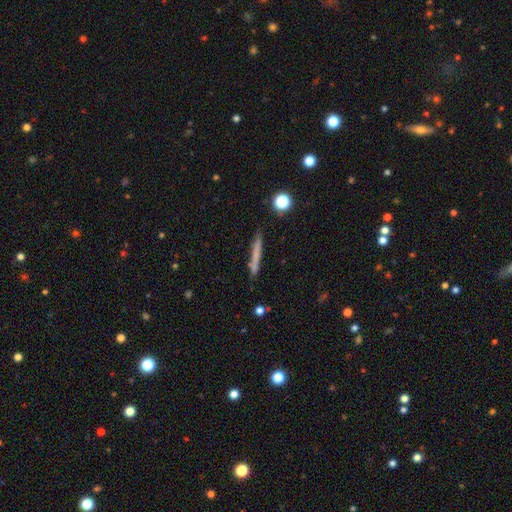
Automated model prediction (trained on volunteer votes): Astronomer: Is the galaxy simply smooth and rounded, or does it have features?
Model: smooth — 62%.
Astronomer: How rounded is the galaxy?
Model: cigar-shaped — 95%.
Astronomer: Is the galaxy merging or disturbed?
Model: none — 84%.